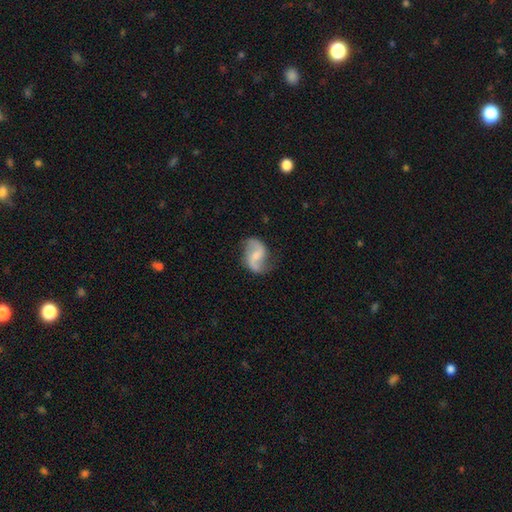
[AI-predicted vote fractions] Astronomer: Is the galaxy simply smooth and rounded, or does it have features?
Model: featured or disk — 82%.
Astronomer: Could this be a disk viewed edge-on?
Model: no — 98%.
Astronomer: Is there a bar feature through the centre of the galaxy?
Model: weak — 47% (runner-up: no, 35%).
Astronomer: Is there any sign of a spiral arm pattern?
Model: yes — 96%.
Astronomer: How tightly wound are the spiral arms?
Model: loose — 66%.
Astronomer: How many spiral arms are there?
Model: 2 — 92%.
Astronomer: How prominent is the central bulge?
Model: small — 51% (runner-up: moderate, 36%).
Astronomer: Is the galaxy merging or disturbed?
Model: none — 76%.